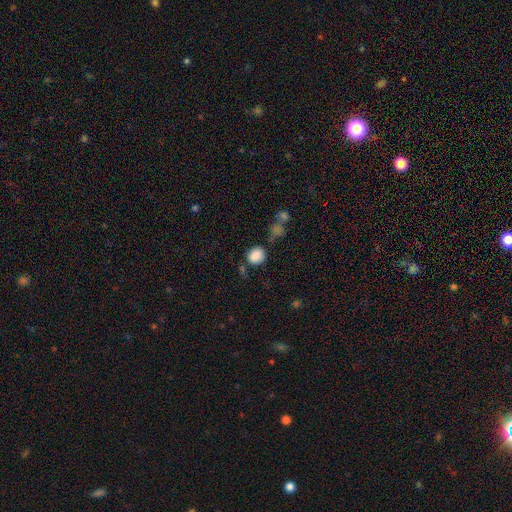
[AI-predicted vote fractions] The model was most divided on "merging": none: 71%, minor disturbance: 15%, merger: 8%, major disturbance: 6%. More confident: smooth or featured — smooth (86%); how rounded — round (78%).